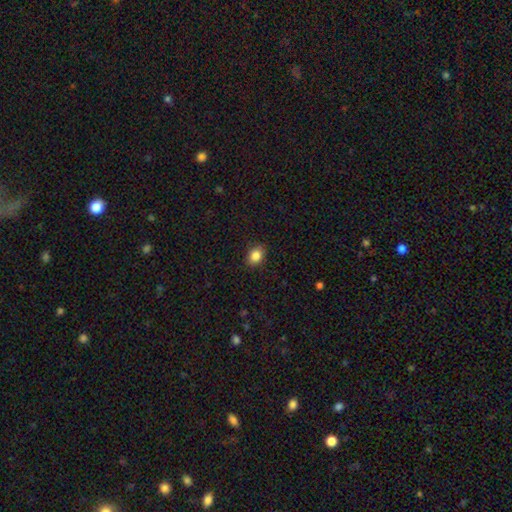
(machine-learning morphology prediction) smooth_or_featured: smooth (p=0.85) [alt: star or artifact p=0.09]
how_rounded: in between (p=0.60) [alt: round p=0.39]
merging: none (p=0.88) [alt: minor disturbance p=0.09]